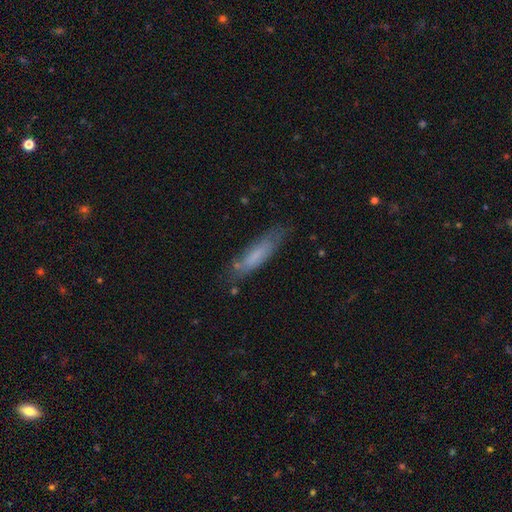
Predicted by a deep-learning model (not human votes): A smooth galaxy with no disk features (65%) that is cigar-shaped (73%).

Vote fractions:
- Smooth or featured? smooth: 65% / featured or disk: 28% / star or artifact: 8%
- How rounded? cigar-shaped: 73% / in between: 26% / round: 1%
- Merging? none: 72% / minor disturbance: 20% / major disturbance: 6% / merger: 3%